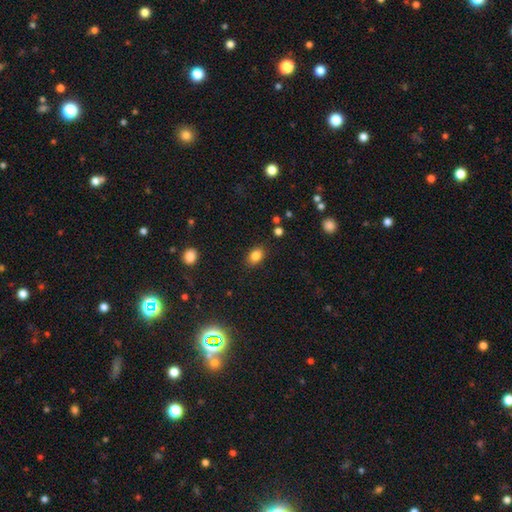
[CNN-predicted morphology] Smooth or featured?
  - smooth: 84% *
  - star or artifact: 11%
  - featured or disk: 6%
How rounded?
  - in between: 73% *
  - round: 26%
  - cigar-shaped: 1%
Merging?
  - none: 84% *
  - minor disturbance: 11%
  - major disturbance: 3%
  - merger: 2%